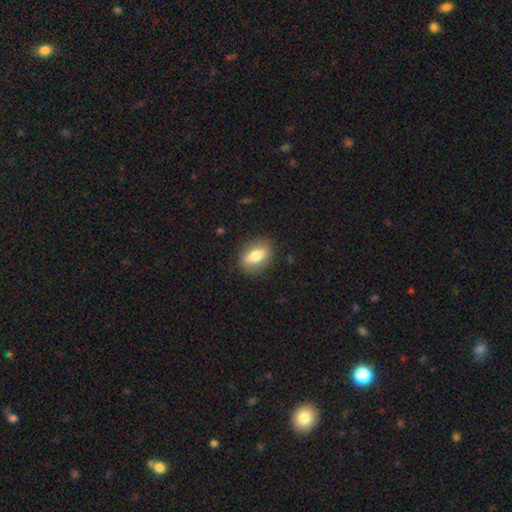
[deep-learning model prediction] This is likely a smooth galaxy (74%). How rounded: likely in between (79%). Merging: clearly none (84%).